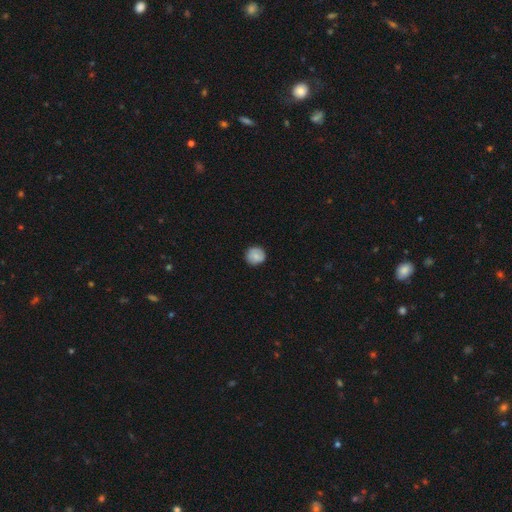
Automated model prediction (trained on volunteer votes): Overall: smooth (80%). How rounded: round (91%). Merging: none (87%).